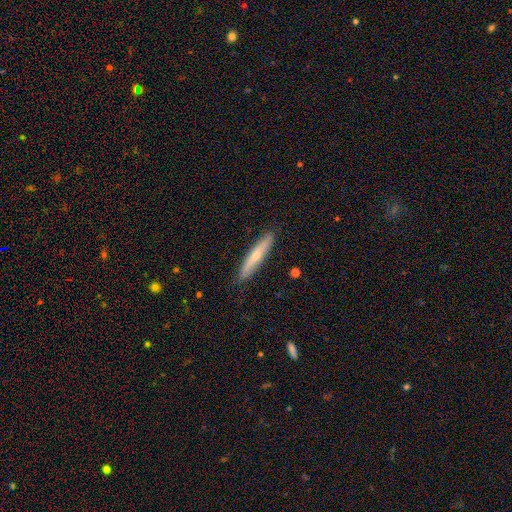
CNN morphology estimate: smooth 48%, featured or disk 46%, star or artifact 6%. Down the decision tree: merging — none (87%).